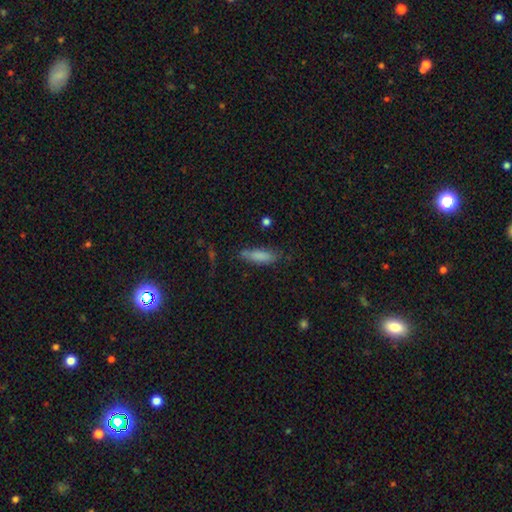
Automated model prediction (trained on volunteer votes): smooth_or_featured: smooth (p=0.73) [alt: featured or disk p=0.14]
how_rounded: cigar-shaped (p=0.62) [alt: in between p=0.36]
merging: none (p=0.71) [alt: minor disturbance p=0.20]